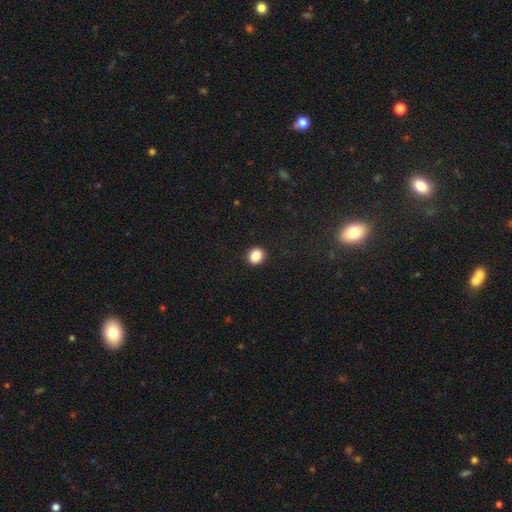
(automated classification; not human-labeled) smooth_or_featured: smooth (p=0.87) [alt: star or artifact p=0.09]
how_rounded: round (p=0.75) [alt: in between p=0.24]
merging: none (p=0.92) [alt: minor disturbance p=0.05]